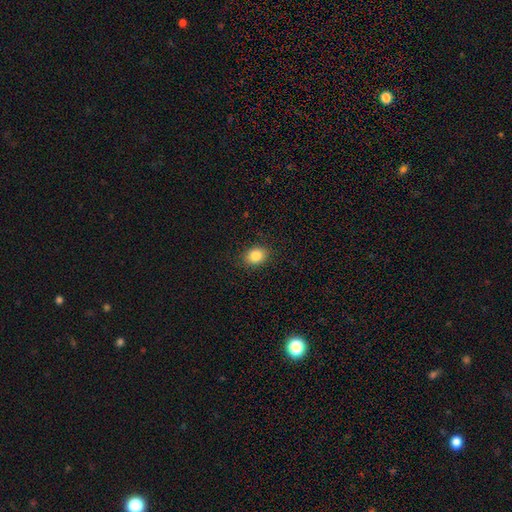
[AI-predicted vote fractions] smooth-or-featured: smooth: 85% | star or artifact: 10% | featured or disk: 5%
  how-rounded: in between: 52% | round: 47% | cigar-shaped: 1%
  merging: none: 89% | minor disturbance: 8% | major disturbance: 2% | merger: 1%